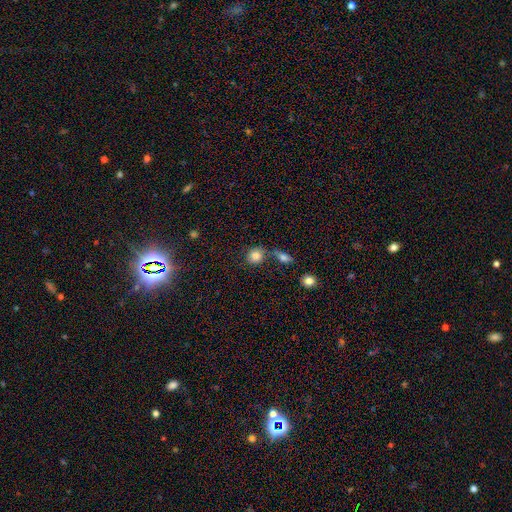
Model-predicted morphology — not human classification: This is clearly a smooth galaxy (84%). How rounded: likely round (77%). Merging: possibly none (57%).